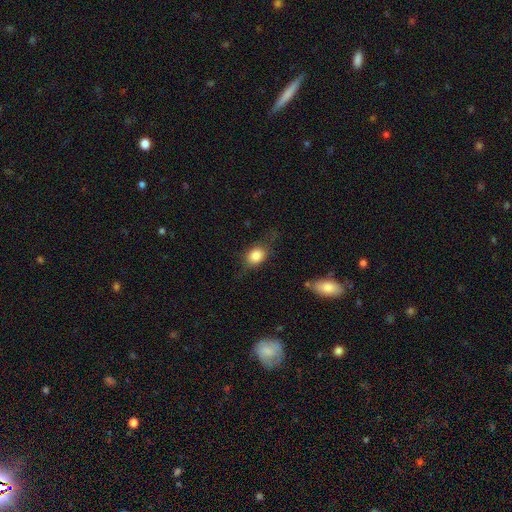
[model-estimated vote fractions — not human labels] Overall: smooth (79%). How rounded: in between (57%; round 41%). Merging: none (63%; minor disturbance 23%).